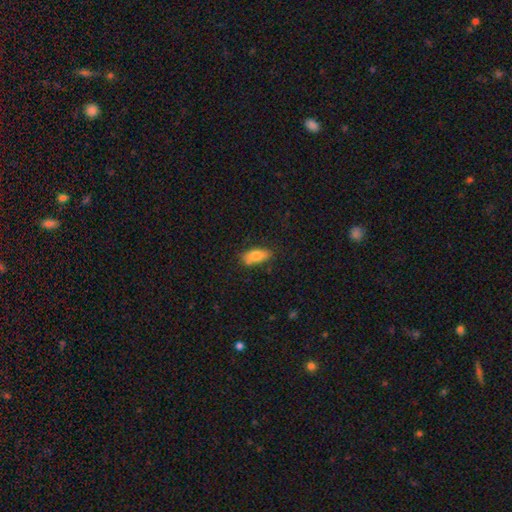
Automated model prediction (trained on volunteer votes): Smooth or featured? smooth (80%)
How rounded? in between (84%)
Merging? none (70%)